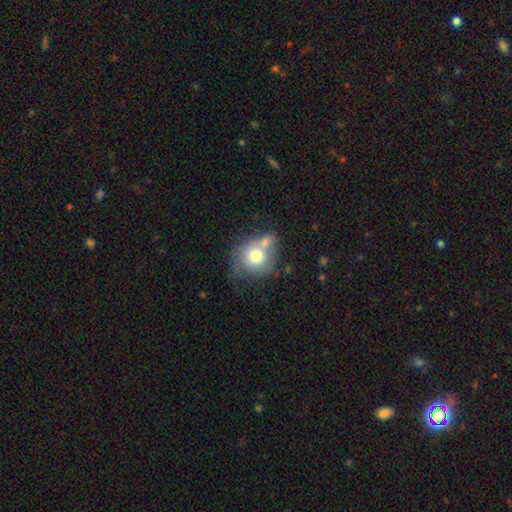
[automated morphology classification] Smooth or featured?
  - smooth: 70% *
  - featured or disk: 22%
  - star or artifact: 8%
How rounded?
  - round: 79% *
  - in between: 20%
  - cigar-shaped: 1%
Merging?
  - merger: 44% *
  - none: 33%
  - minor disturbance: 15%
  - major disturbance: 8%